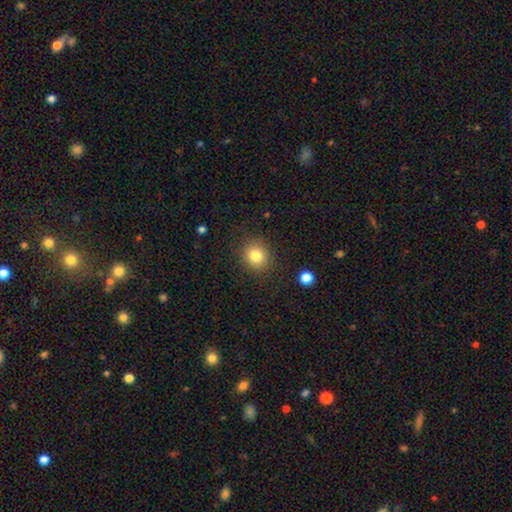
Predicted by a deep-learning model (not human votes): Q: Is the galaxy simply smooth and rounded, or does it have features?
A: smooth — 81%.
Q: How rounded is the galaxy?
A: round — 77%.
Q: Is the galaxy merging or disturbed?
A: none — 87%.